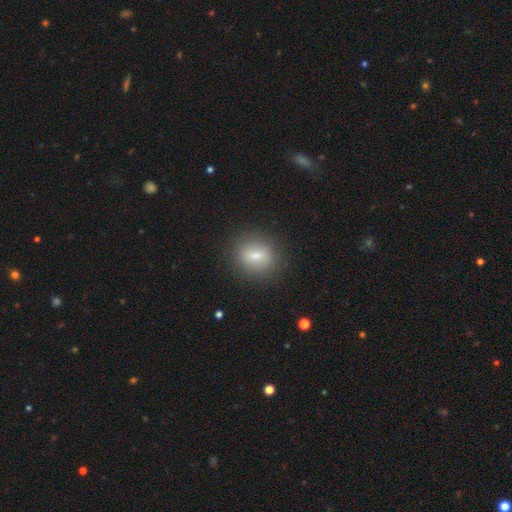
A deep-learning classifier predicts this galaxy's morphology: Smooth or featured? smooth (71%)
How rounded? round (71%)
Merging? none (86%)